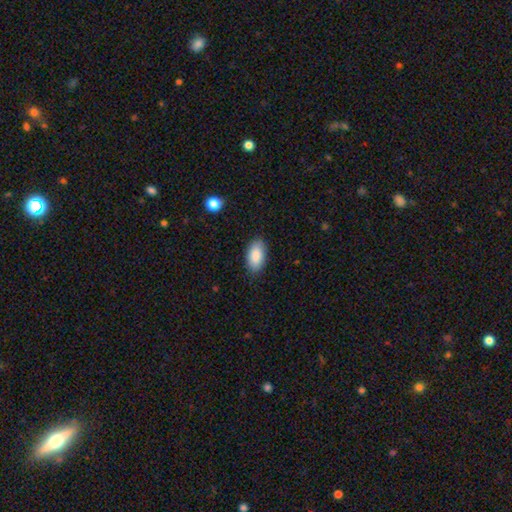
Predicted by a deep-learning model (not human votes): smooth-or-featured: smooth: 88% | star or artifact: 6% | featured or disk: 6%
  how-rounded: in between: 94% | cigar-shaped: 3% | round: 3%
  merging: none: 87% | minor disturbance: 10% | major disturbance: 2% | merger: 1%